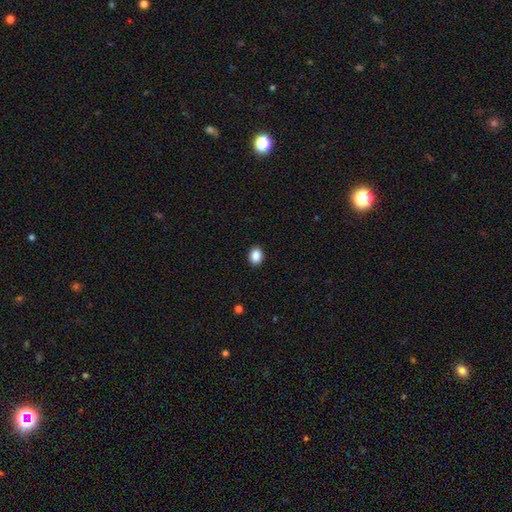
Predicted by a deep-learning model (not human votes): Q: Smooth or featured?
A: smooth (88%); runner-up: star or artifact (9%)
Q: How rounded?
A: in between (57%); runner-up: round (42%)
Q: Merging?
A: none (91%); runner-up: minor disturbance (6%)